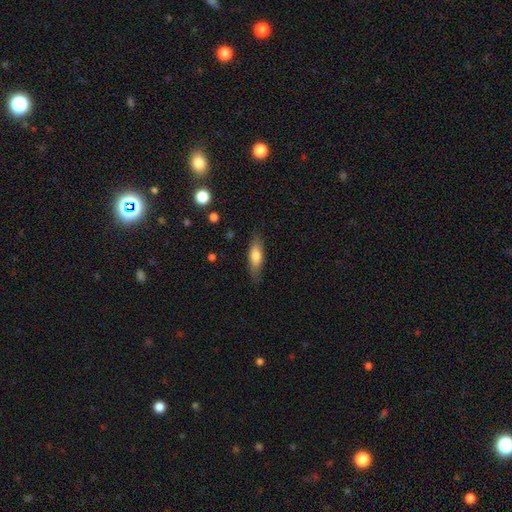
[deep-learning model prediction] Smooth or featured? smooth (69%)
How rounded? in between (50%)
Merging? none (82%)